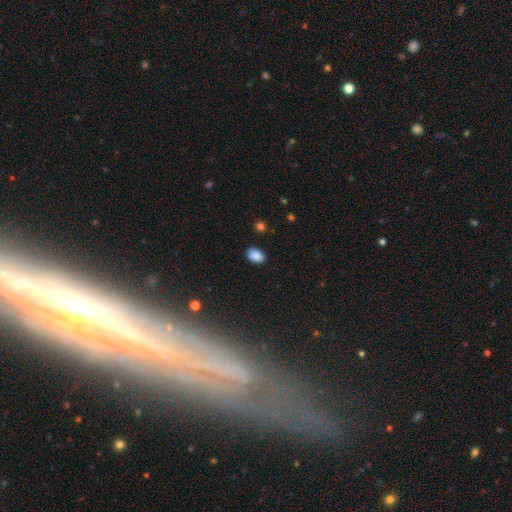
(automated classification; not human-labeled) Morphology: type=smooth (87%); roundness=in between (83%); merging=none (86%).